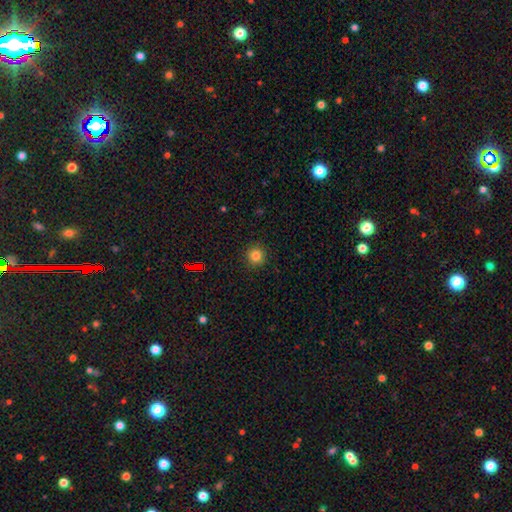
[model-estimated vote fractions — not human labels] A smooth galaxy with no disk features (82%) that is round (94%). Merging: none (92%).